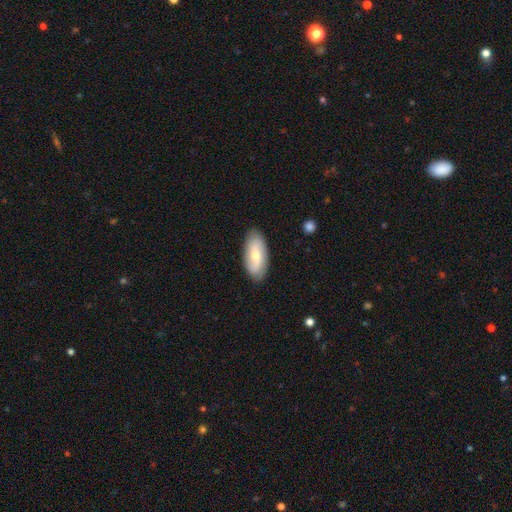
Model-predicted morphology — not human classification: The model was most divided on "smooth or featured": smooth: 56%, featured or disk: 39%, star or artifact: 6%. More confident: how rounded — in between (90%); merging — none (86%).